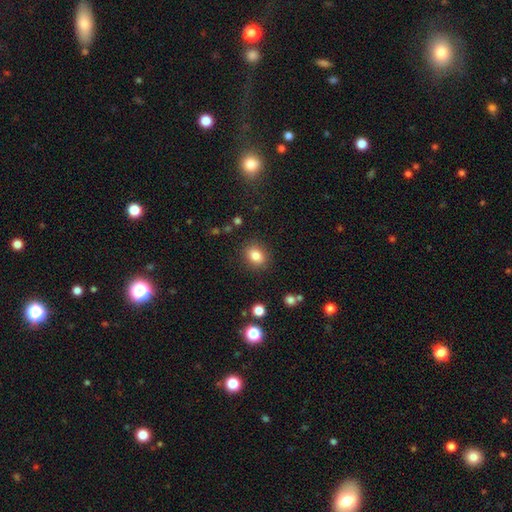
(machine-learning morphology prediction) A smooth galaxy with no disk features (83%) that is in between round and cigar-shaped (55%).

Vote fractions:
- Smooth or featured? smooth: 83% / star or artifact: 10% / featured or disk: 7%
- How rounded? in between: 55% / round: 44% / cigar-shaped: 1%
- Merging? none: 86% / minor disturbance: 9% / major disturbance: 3% / merger: 2%